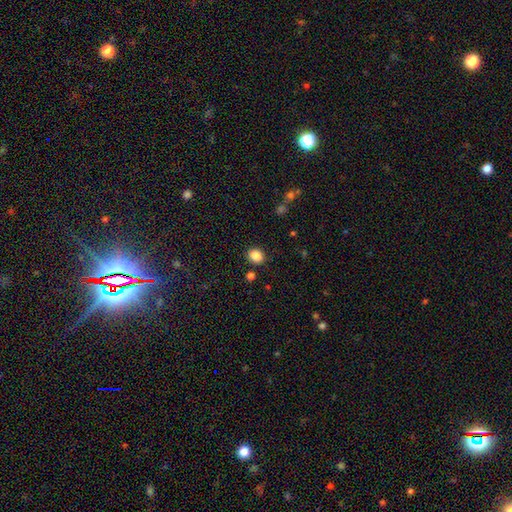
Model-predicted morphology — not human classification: smooth 86%, star or artifact 10%, featured or disk 4%. Down the decision tree: how rounded — round (62%); merging — none (87%).